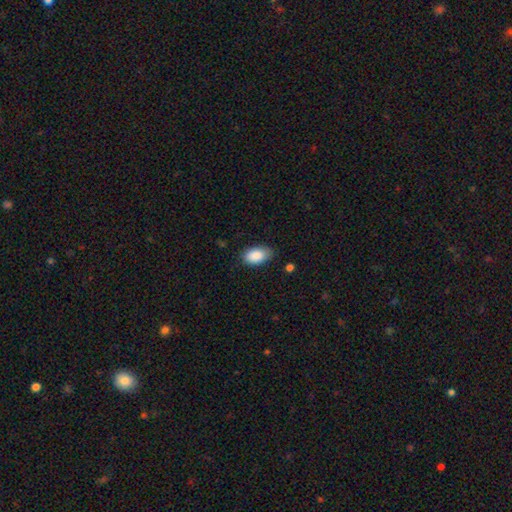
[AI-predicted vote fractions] Smooth or featured? smooth (89%)
How rounded? in between (94%)
Merging? none (79%)